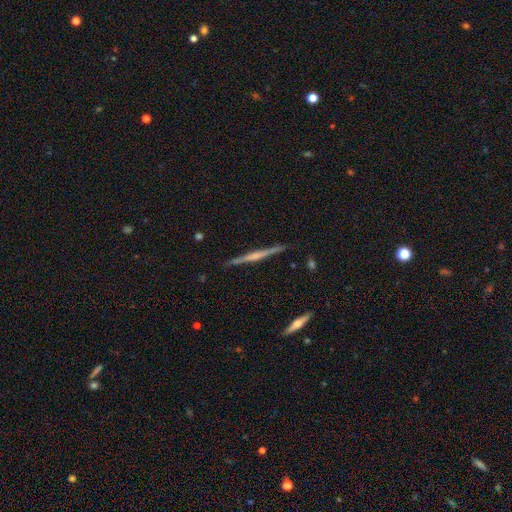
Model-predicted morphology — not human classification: This is likely a featured or disk galaxy (73%). It is clearly viewed edge-on (98%). Edge-on bulge: possibly rounded (47%). Merging: clearly none (89%).